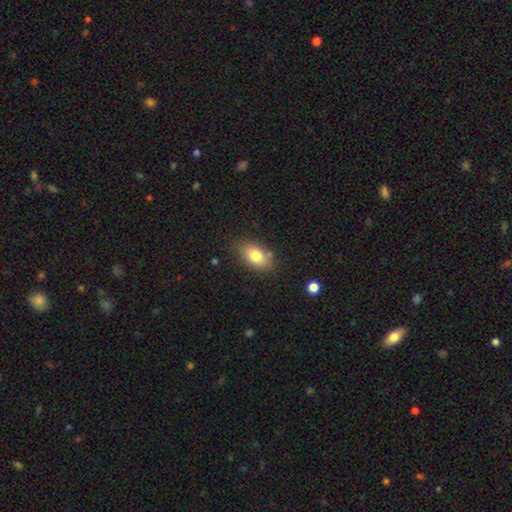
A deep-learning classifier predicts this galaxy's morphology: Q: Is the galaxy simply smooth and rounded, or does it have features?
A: smooth — 79%.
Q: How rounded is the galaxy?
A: in between — 86%.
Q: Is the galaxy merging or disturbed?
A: none — 77%.